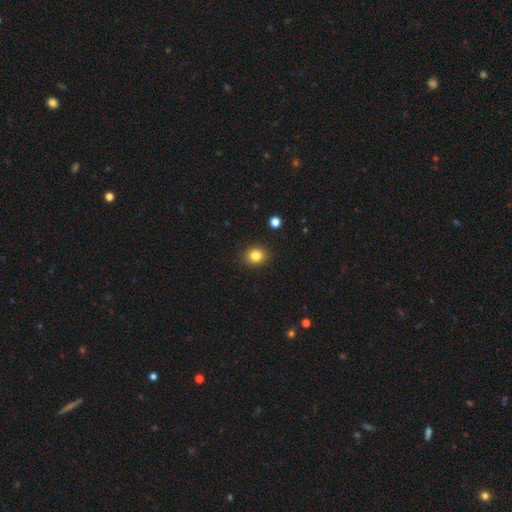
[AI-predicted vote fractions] Smooth or featured? Predicted: smooth (p=0.83). How rounded? Predicted: round (p=0.73). Merging? Predicted: none (p=0.91).